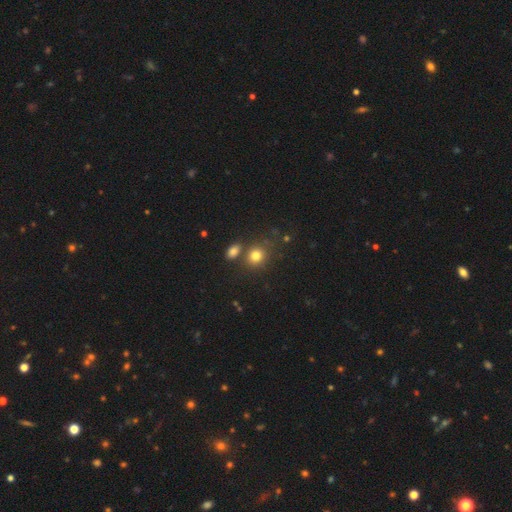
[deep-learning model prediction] A smooth galaxy with no disk features (79%) that is round (74%).

Vote fractions:
- Smooth or featured? smooth: 79% / star or artifact: 13% / featured or disk: 8%
- How rounded? round: 74% / in between: 25% / cigar-shaped: 1%
- Merging? none: 64% / merger: 20% / minor disturbance: 11% / major disturbance: 5%